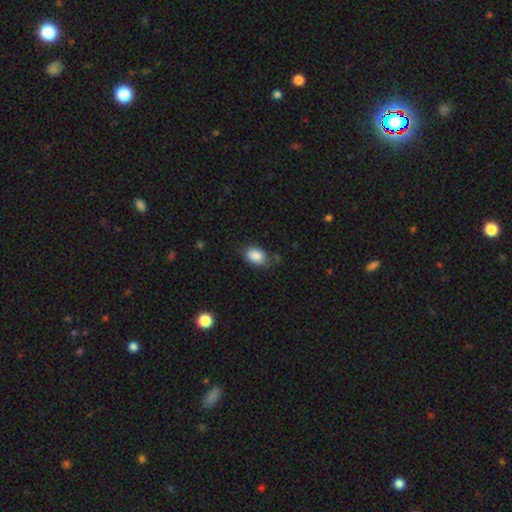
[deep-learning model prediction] Smooth or featured: smooth — 87% (star or artifact — 8%)
How rounded: in between — 82% (round — 17%)
Merging: none — 69% (minor disturbance — 23%)